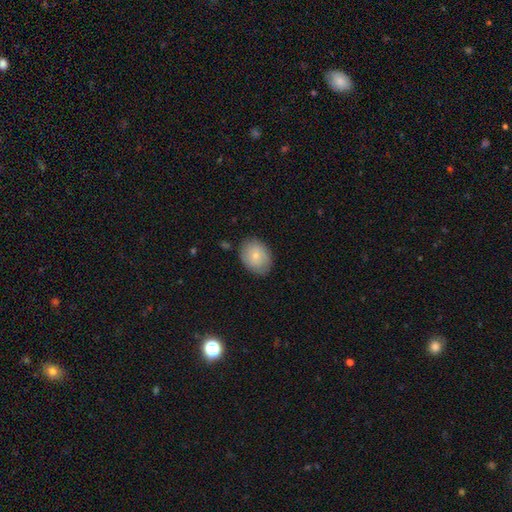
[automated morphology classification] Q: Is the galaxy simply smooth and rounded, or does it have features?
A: smooth — 76%.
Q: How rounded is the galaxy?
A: in between — 62%.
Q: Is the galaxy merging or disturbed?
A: none — 82%.